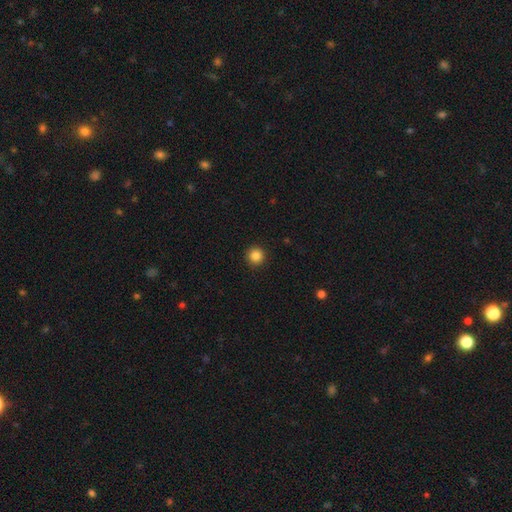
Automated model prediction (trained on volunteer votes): smooth_or_featured: smooth (p=0.85) [alt: star or artifact p=0.11]
how_rounded: round (p=0.96) [alt: in between p=0.03]
merging: none (p=0.92) [alt: minor disturbance p=0.05]